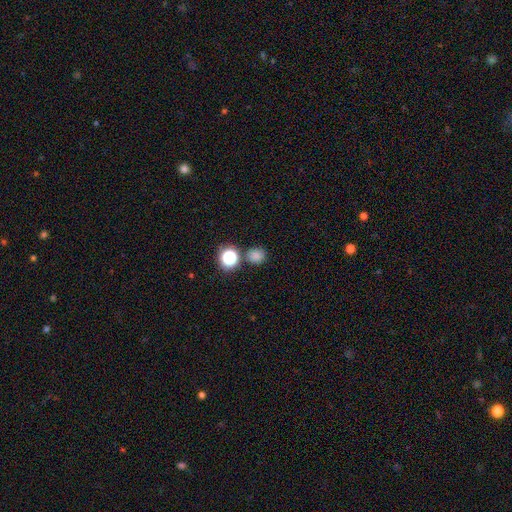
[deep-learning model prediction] This is likely a smooth galaxy (77%). How rounded: clearly round (86%). Merging: likely none (79%).